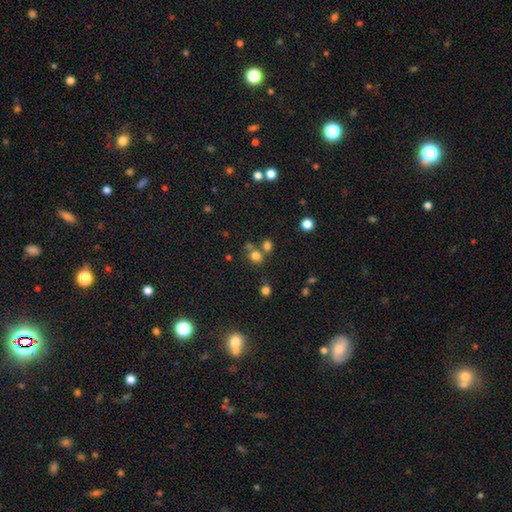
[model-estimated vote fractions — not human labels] smooth 73%, star or artifact 19%, featured or disk 7%. Down the decision tree: how rounded — round (79%); merging — none (60%).